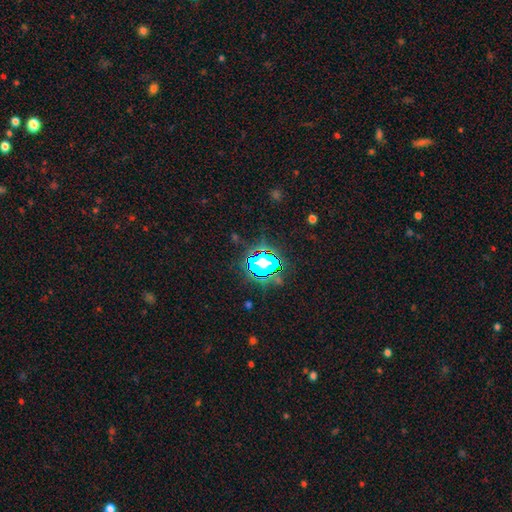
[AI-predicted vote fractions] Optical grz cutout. It shows a star or artifact, not a galaxy (59%).